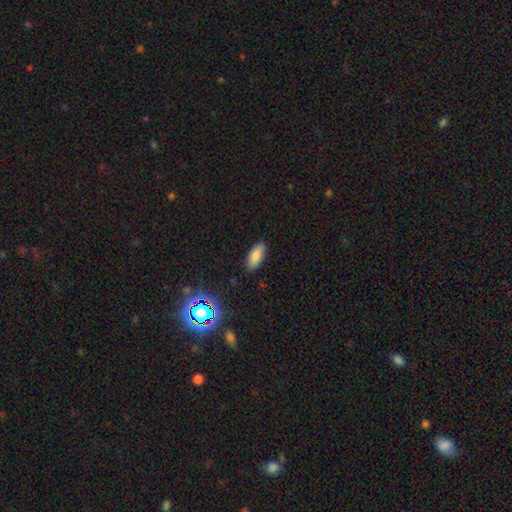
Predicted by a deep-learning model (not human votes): A smooth galaxy with no disk features (82%) that is in between round and cigar-shaped (87%).

Vote fractions:
- Smooth or featured? smooth: 82% / star or artifact: 10% / featured or disk: 7%
- How rounded? in between: 87% / cigar-shaped: 11% / round: 2%
- Merging? none: 87% / minor disturbance: 10% / major disturbance: 2% / merger: 1%